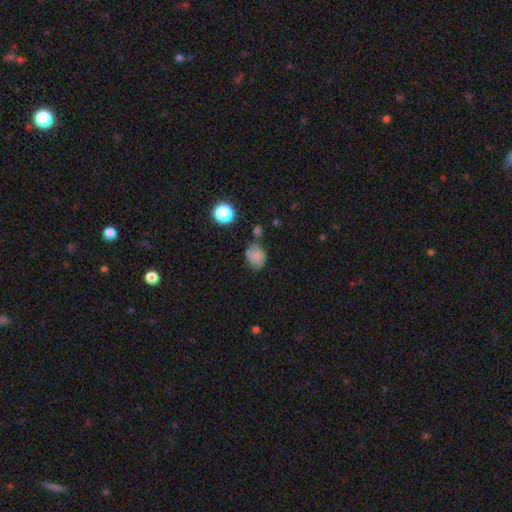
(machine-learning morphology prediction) type=smooth (74%); roundness=in between (55%); merging=none (49%).